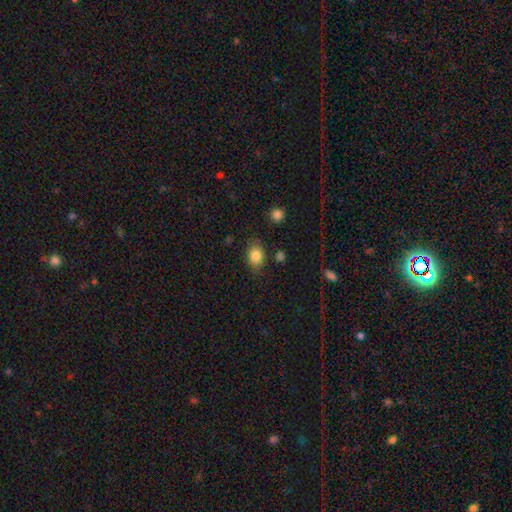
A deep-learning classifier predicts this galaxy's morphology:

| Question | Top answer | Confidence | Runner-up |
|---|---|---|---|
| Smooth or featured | smooth | 82% | star or artifact (10%) |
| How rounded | in between | 70% | round (28%) |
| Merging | none | 78% | minor disturbance (15%) |